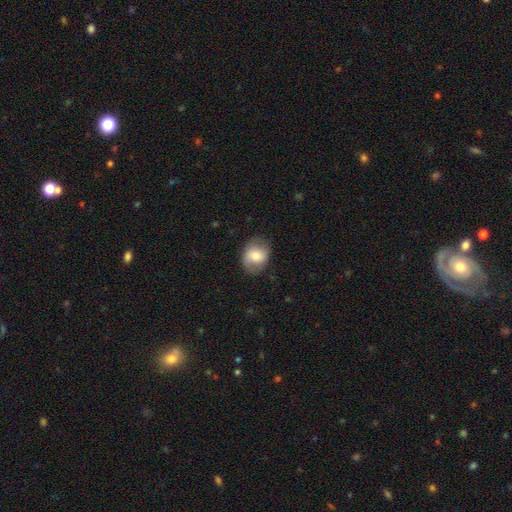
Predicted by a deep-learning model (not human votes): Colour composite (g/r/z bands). It shows a smooth galaxy with no disk features (68%) that is in between round and cigar-shaped (55%). Merging: none (76%).